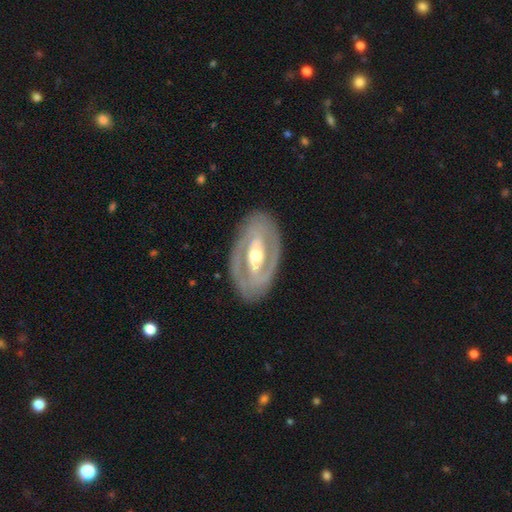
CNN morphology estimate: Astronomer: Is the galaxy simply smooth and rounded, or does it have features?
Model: featured or disk — 83%.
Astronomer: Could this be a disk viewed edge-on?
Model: no — 93%.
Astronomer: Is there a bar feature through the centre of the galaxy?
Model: strong — 45% (runner-up: weak, 30%).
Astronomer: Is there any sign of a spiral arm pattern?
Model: yes — 69%.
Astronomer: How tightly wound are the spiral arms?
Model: tight — 54% (runner-up: medium, 34%).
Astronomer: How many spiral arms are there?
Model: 2 — 79%.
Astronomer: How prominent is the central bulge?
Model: moderate — 69%.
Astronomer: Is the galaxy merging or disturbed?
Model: none — 84%.